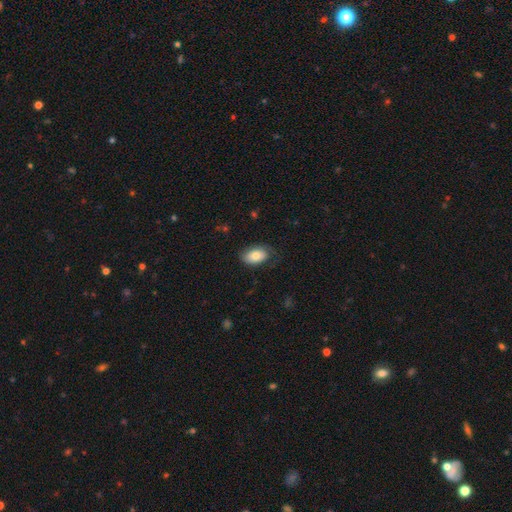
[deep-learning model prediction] Overall: smooth (75%). How rounded: in between (91%). Merging: none (63%; minor disturbance 25%).